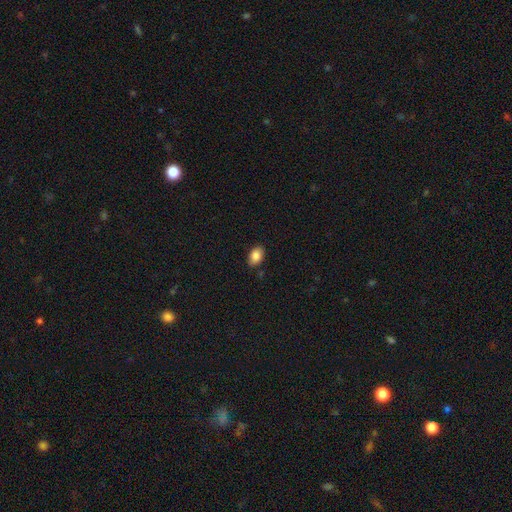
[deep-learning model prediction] Morphology: type=smooth (86%); roundness=in between (87%); merging=none (86%).